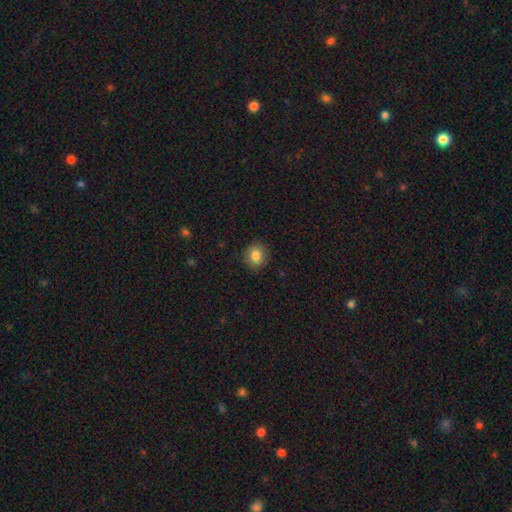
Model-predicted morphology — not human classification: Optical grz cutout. It shows a smooth galaxy with no disk features (84%) that is round (80%). Merging: none (87%).